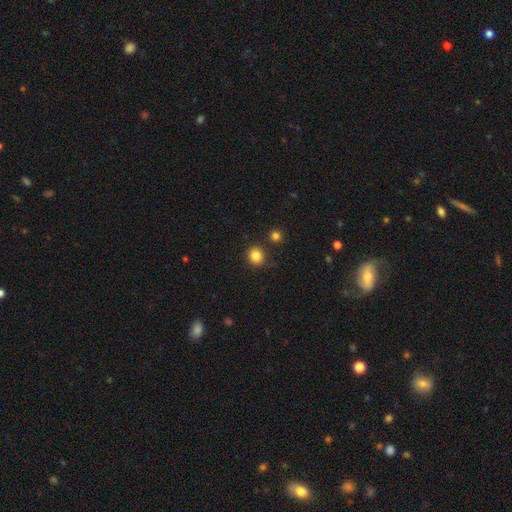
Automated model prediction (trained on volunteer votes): smooth 84%, star or artifact 11%, featured or disk 5%. Down the decision tree: how rounded — round (88%); merging — none (86%).